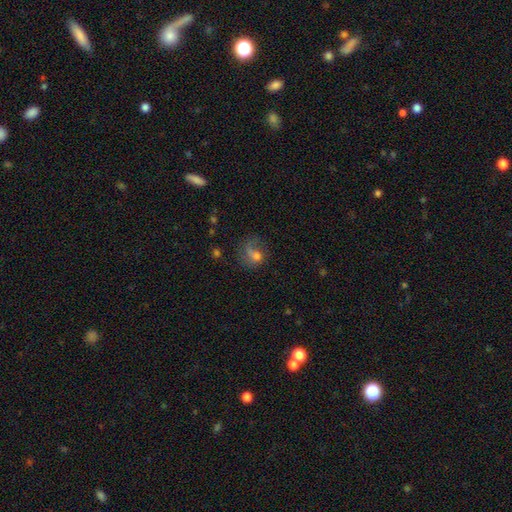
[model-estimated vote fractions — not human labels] smooth 51%, featured or disk 35%, star or artifact 14%. Down the decision tree: how rounded — round (58%); merging — major disturbance (38%).